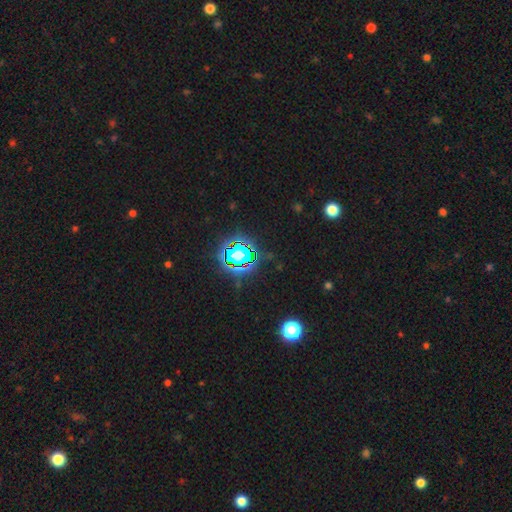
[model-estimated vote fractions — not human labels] Morphology: type=star or artifact (83%).